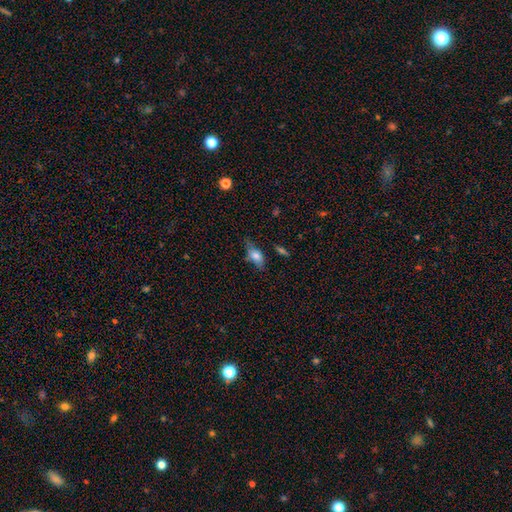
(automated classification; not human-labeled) Smooth or featured? smooth (69%)
How rounded? in between (81%)
Merging? none (58%)